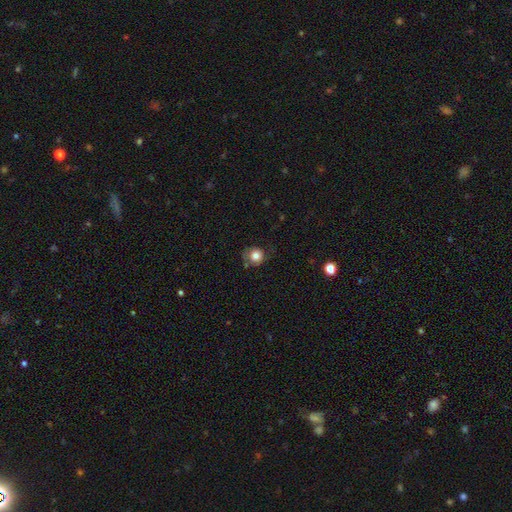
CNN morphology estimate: smooth-or-featured: smooth: 78% | featured or disk: 12% | star or artifact: 10%
  how-rounded: round: 87% | in between: 13% | cigar-shaped: 1%
  merging: none: 65% | minor disturbance: 23% | major disturbance: 9% | merger: 3%